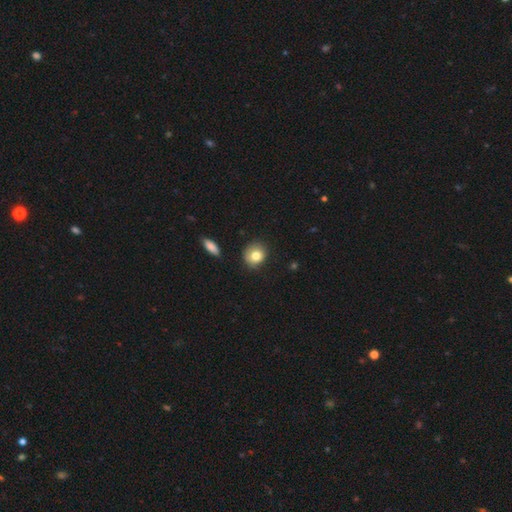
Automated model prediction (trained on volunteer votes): Smooth or featured: smooth — 80% (featured or disk — 11%)
How rounded: round — 76% (in between — 23%)
Merging: none — 81% (minor disturbance — 14%)